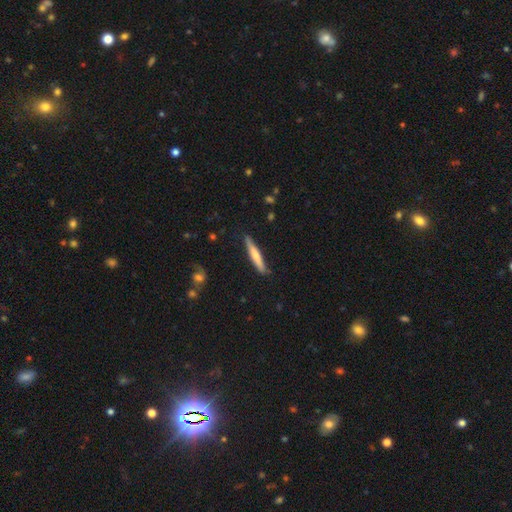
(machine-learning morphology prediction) Smooth or featured? smooth (62%)
How rounded? cigar-shaped (93%)
Merging? none (84%)